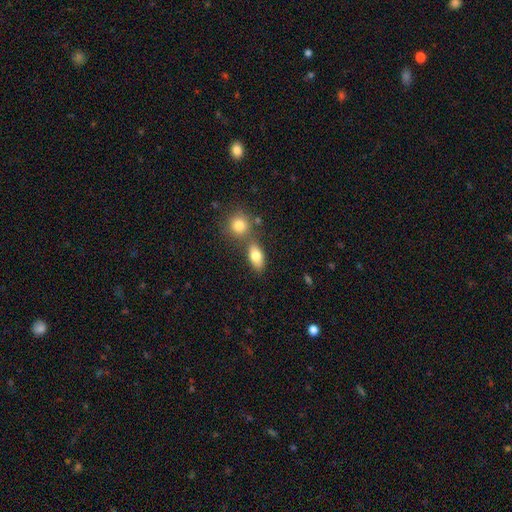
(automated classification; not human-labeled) The model was most divided on "merging": none: 60%, merger: 25%, minor disturbance: 11%, major disturbance: 4%. More confident: how rounded — in between (83%); smooth or featured — smooth (80%).